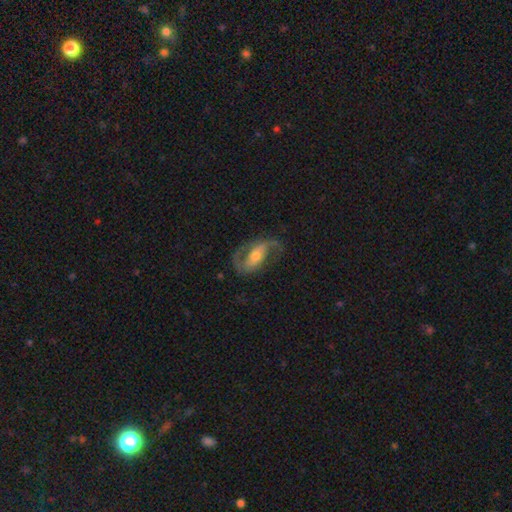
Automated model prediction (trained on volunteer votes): Smooth or featured? featured or disk (86%)
Edge-on disk? no (96%)
Bar? weak (39%)
Spiral arms? yes (95%)
Spiral winding? medium (44%, tied with loose)
Spiral arm count? 2 (90%)
Bulge size? moderate (59%)
Merging? none (72%)